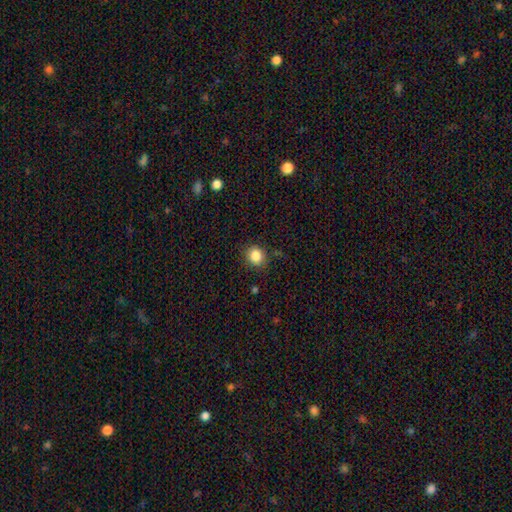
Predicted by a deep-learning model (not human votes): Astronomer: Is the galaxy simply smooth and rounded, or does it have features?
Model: smooth — 85%.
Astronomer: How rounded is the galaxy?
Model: round — 76%.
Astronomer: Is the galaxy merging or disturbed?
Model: none — 84%.